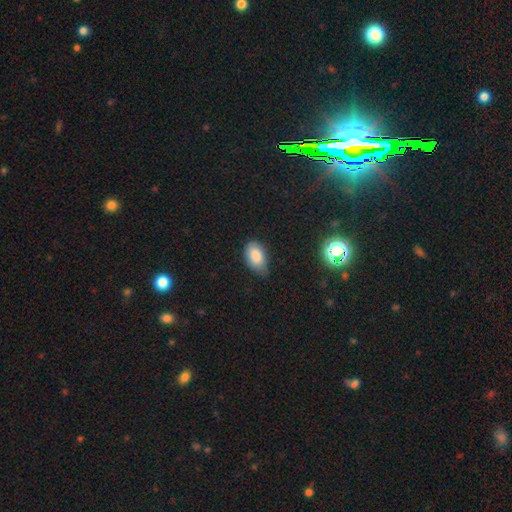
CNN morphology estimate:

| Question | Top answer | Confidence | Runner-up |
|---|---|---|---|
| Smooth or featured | smooth | 84% | star or artifact (9%) |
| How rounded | in between | 91% | round (8%) |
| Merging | none | 57% | minor disturbance (36%) |